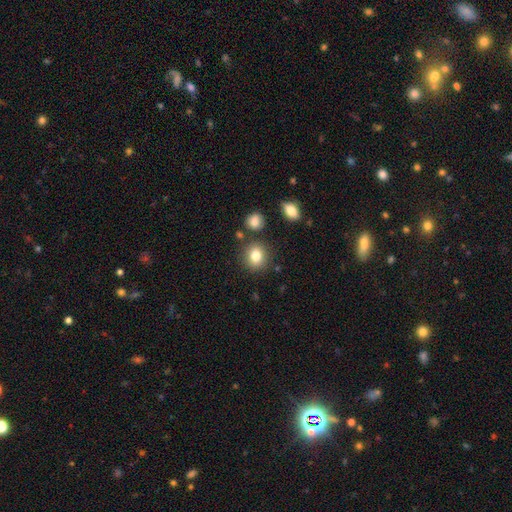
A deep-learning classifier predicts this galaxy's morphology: Q: Smooth or featured?
A: smooth (81%); runner-up: star or artifact (10%)
Q: How rounded?
A: round (74%); runner-up: in between (25%)
Q: Merging?
A: none (81%); runner-up: minor disturbance (10%)